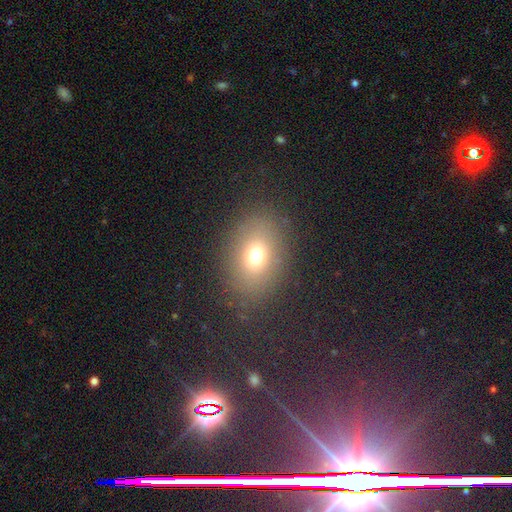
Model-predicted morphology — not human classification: This is likely a smooth galaxy (70%). How rounded: likely in between (62%). Merging: likely none (80%).